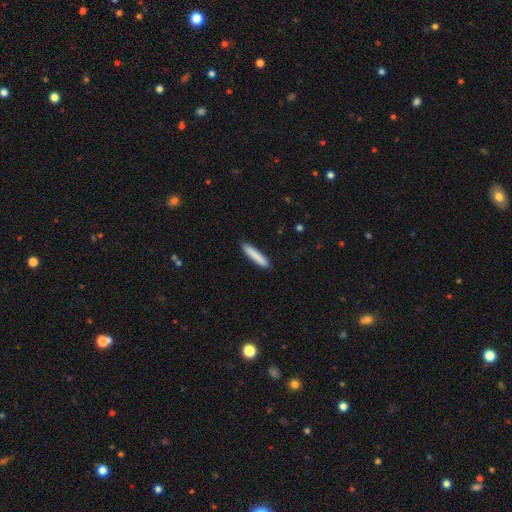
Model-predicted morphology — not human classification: smooth-or-featured: smooth: 85% | featured or disk: 9% | star or artifact: 6%
  how-rounded: cigar-shaped: 92% | in between: 6% | round: 1%
  merging: none: 90% | minor disturbance: 8% | major disturbance: 2% | merger: 1%